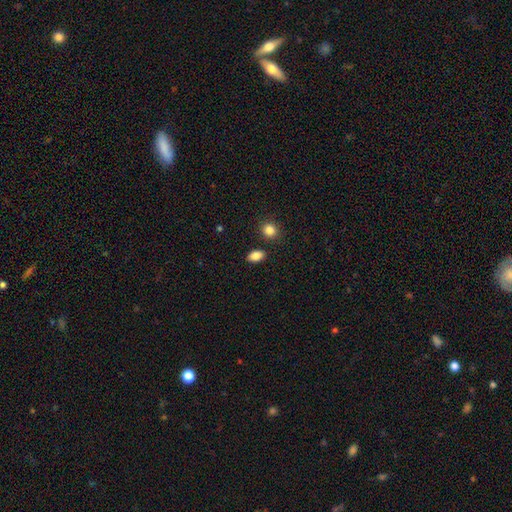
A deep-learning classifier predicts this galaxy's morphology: This appears to be a smooth galaxy with no disk features (87%) that is in between round and cigar-shaped (87%). Merging: none (85%).